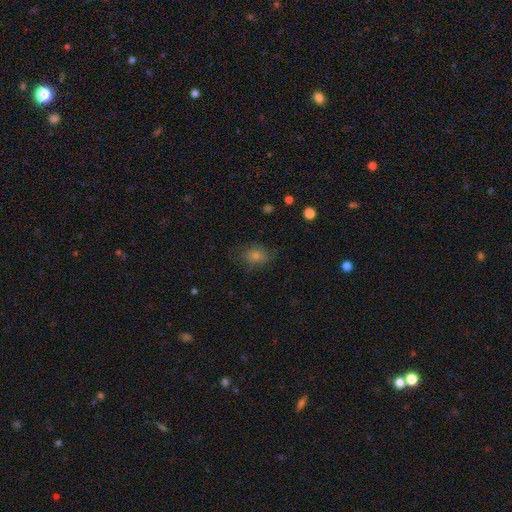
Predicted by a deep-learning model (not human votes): Smooth or featured: smooth — 65% (star or artifact — 20%)
How rounded: in between — 58% (round — 41%)
Merging: none — 75% (minor disturbance — 18%)